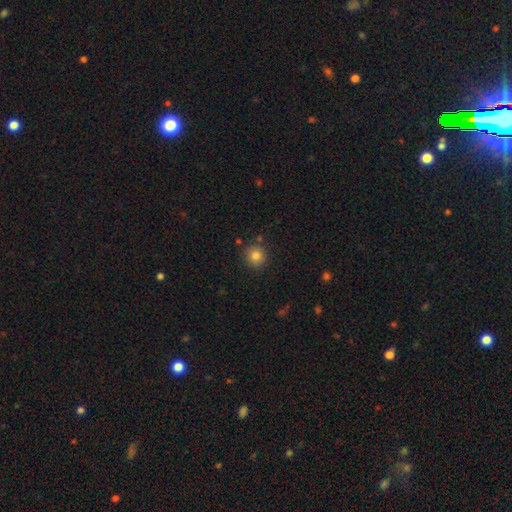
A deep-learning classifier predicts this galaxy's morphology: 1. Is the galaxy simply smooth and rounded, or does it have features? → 82% smooth, 11% star or artifact, 6% featured or disk.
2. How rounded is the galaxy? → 92% round, 7% in between, 1% cigar-shaped.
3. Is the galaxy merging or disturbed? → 86% none, 8% minor disturbance, 3% merger, 2% major disturbance.